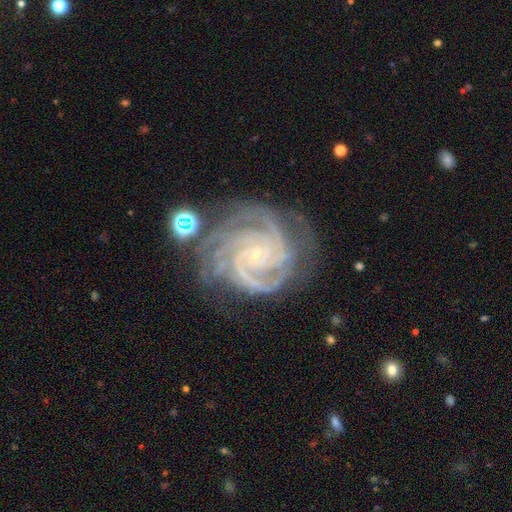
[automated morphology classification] Smooth or featured: featured or disk — 92% (star or artifact — 5%)
Edge-on disk: no — 98% (yes — 2%)
Bar: no — 72% (weak — 19%)
Spiral arms: yes — 99% (no — 1%)
Spiral winding: tight — 79% (medium — 19%)
Spiral arm count: 4 — 35% (3 — 27%)
Bulge size: small — 89% (moderate — 6%)
Merging: none — 70% (minor disturbance — 20%)